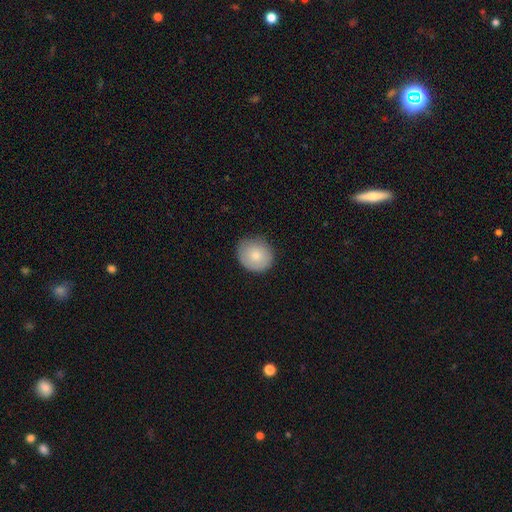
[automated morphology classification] Q: Smooth or featured?
A: smooth (80%); runner-up: featured or disk (13%)
Q: How rounded?
A: round (77%); runner-up: in between (22%)
Q: Merging?
A: none (79%); runner-up: minor disturbance (16%)